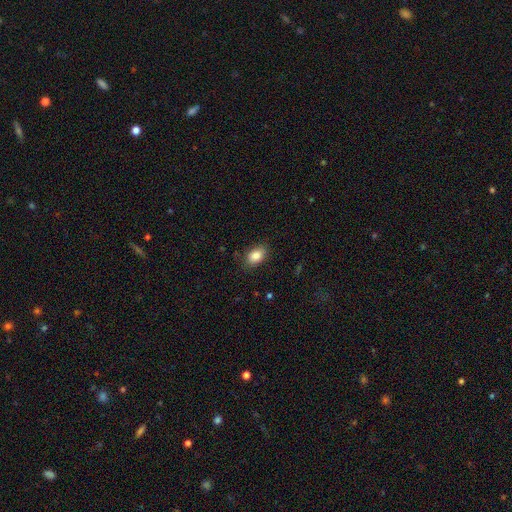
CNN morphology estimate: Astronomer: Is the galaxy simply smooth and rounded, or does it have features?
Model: smooth — 86%.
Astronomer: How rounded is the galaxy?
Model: in between — 85%.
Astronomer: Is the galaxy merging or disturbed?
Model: none — 83%.